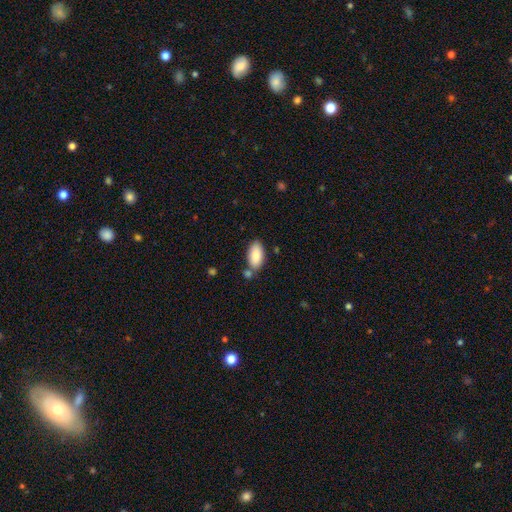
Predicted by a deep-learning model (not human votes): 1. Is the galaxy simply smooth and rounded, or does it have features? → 85% smooth, 8% featured or disk, 6% star or artifact.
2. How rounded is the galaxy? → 94% in between, 3% cigar-shaped, 3% round.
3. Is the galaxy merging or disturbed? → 69% none, 14% merger, 13% minor disturbance, 3% major disturbance.